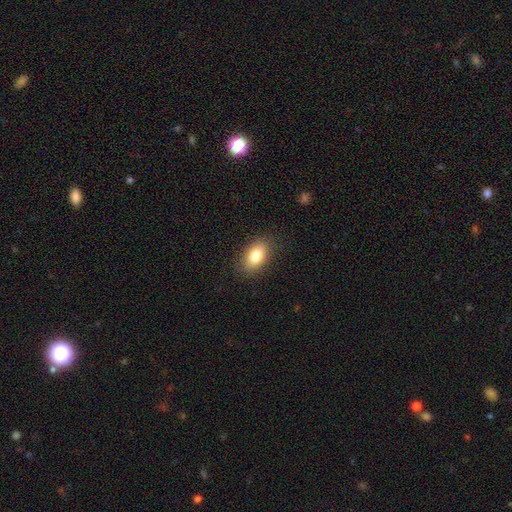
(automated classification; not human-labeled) Smooth or featured: smooth — 82% (featured or disk — 10%)
How rounded: in between — 89% (round — 8%)
Merging: none — 87% (minor disturbance — 10%)